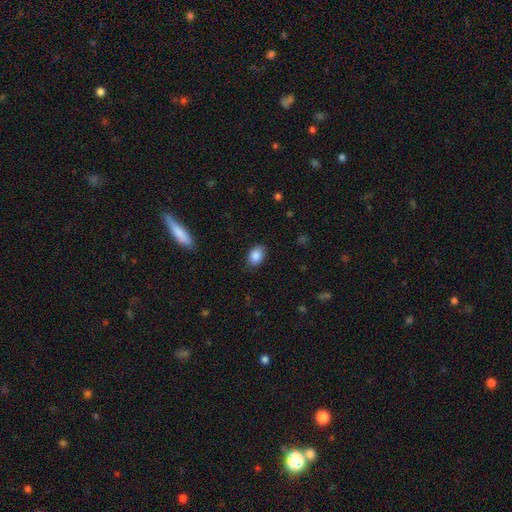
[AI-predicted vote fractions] smooth-or-featured: smooth: 87% | star or artifact: 8% | featured or disk: 5%
  how-rounded: in between: 80% | round: 19% | cigar-shaped: 1%
  merging: none: 82% | minor disturbance: 14% | major disturbance: 3% | merger: 1%